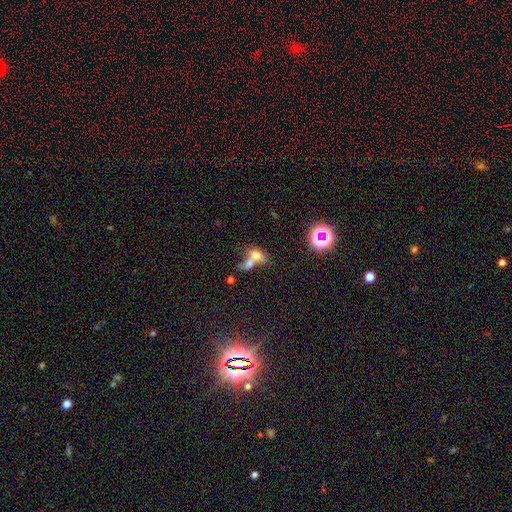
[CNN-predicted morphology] smooth-or-featured: smooth: 59% | featured or disk: 23% | star or artifact: 18%
  how-rounded: in between: 66% | round: 27% | cigar-shaped: 6%
  merging: merger: 65% | none: 19% | major disturbance: 9% | minor disturbance: 7%